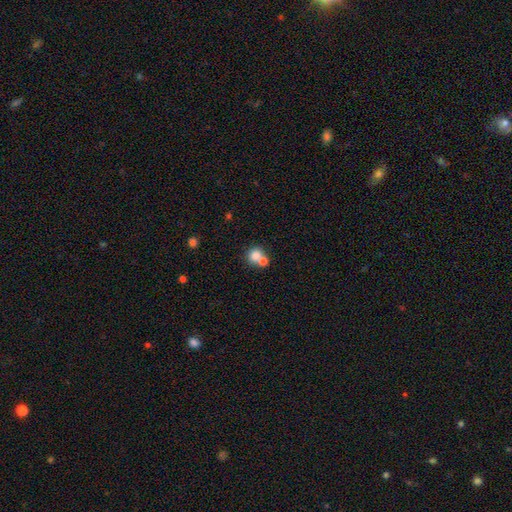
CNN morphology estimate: Q: Smooth or featured?
A: smooth (79%); runner-up: star or artifact (11%)
Q: How rounded?
A: round (84%); runner-up: in between (15%)
Q: Merging?
A: none (48%); runner-up: merger (42%)